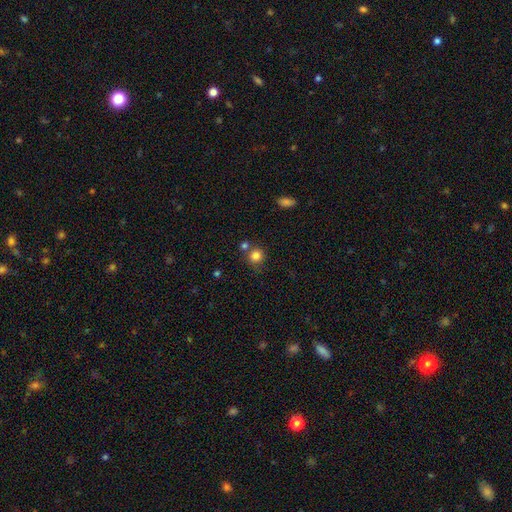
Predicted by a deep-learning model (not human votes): smooth 83%, star or artifact 11%, featured or disk 6%. Down the decision tree: how rounded — round (89%); merging — none (66%).